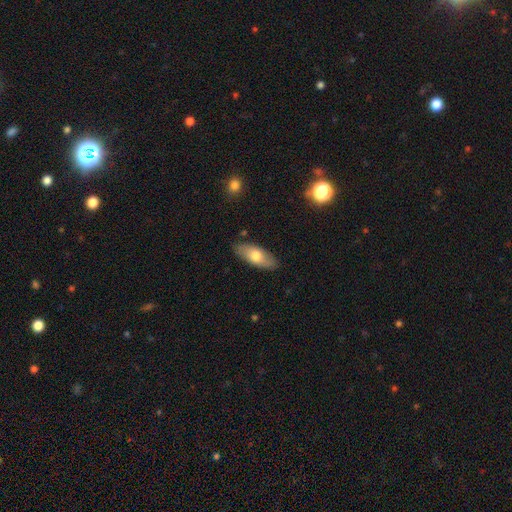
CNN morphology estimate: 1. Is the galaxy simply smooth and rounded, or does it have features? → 69% smooth, 25% featured or disk, 6% star or artifact.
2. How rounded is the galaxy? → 80% in between, 17% cigar-shaped, 3% round.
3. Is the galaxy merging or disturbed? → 85% none, 11% minor disturbance, 2% major disturbance, 1% merger.